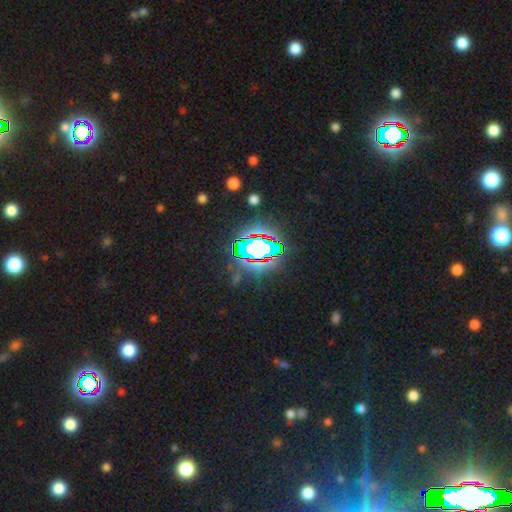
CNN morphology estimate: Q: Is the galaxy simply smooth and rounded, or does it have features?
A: star or artifact — 78%.